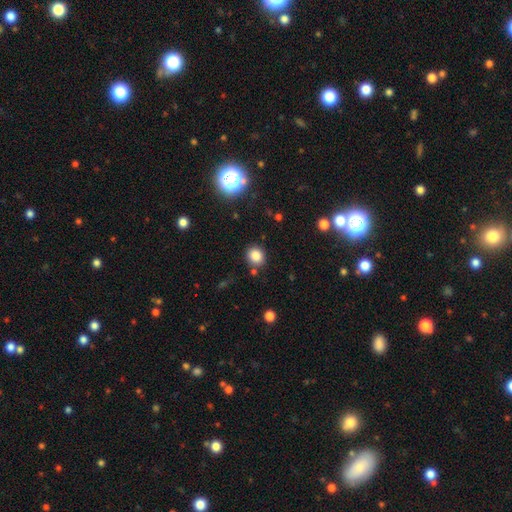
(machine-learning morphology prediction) smooth-or-featured: smooth: 84% | star or artifact: 12% | featured or disk: 5%
  how-rounded: round: 73% | in between: 26% | cigar-shaped: 1%
  merging: none: 82% | minor disturbance: 10% | merger: 5% | major disturbance: 3%